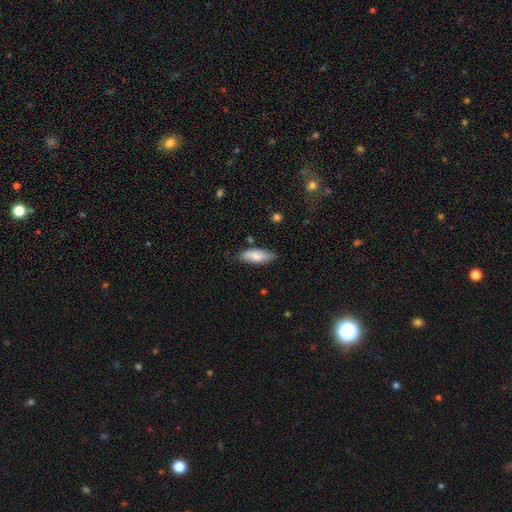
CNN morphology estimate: Smooth or featured? smooth (83%)
How rounded? in between (73%)
Merging? none (76%)